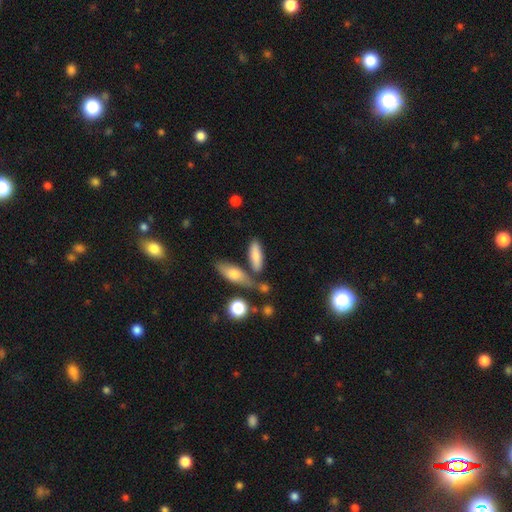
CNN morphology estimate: Overall: smooth (80%). How rounded: in between (57%; cigar-shaped 40%). Merging: none (65%).